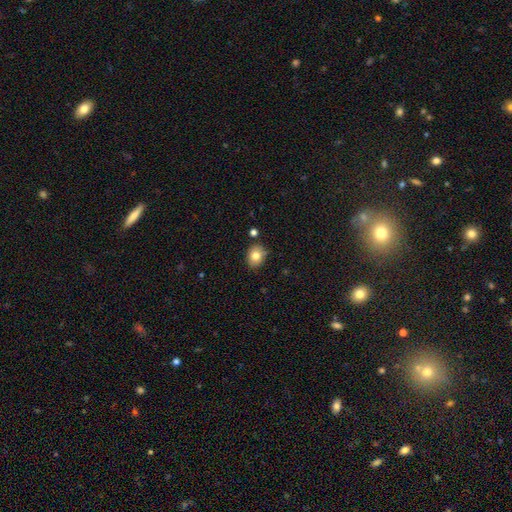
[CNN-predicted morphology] Smooth or featured? smooth (80%)
How rounded? in between (52%)
Merging? none (81%)